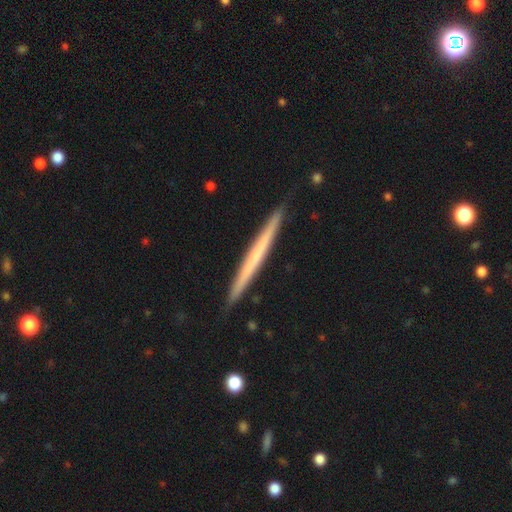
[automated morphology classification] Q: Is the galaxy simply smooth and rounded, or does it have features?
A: featured or disk — 49%.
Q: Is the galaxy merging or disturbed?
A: none — 91%.